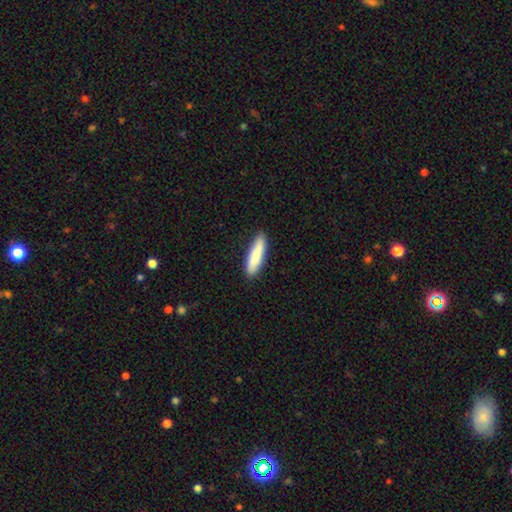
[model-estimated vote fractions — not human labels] Overall: smooth (80%). How rounded: cigar-shaped (74%). Merging: none (88%).